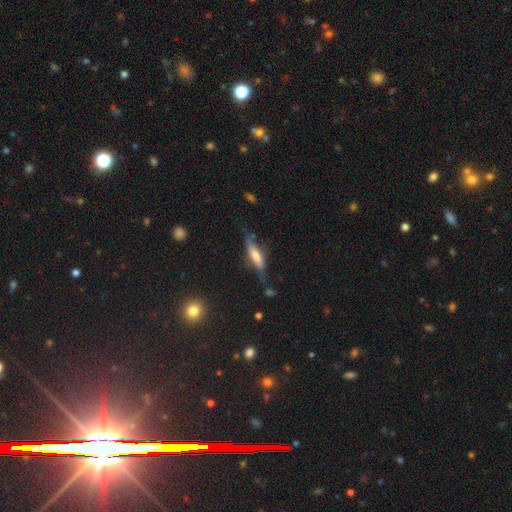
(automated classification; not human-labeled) smooth-or-featured: smooth: 48% | featured or disk: 45% | star or artifact: 7%
  merging: none: 62% | minor disturbance: 26% | major disturbance: 9% | merger: 3%